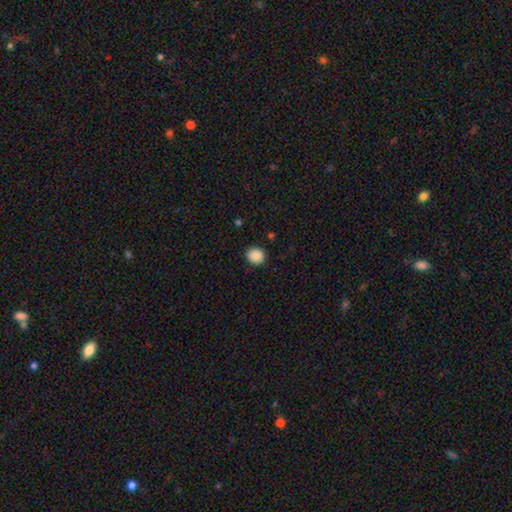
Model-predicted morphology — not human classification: type=smooth (89%); roundness=round (84%); merging=none (90%).